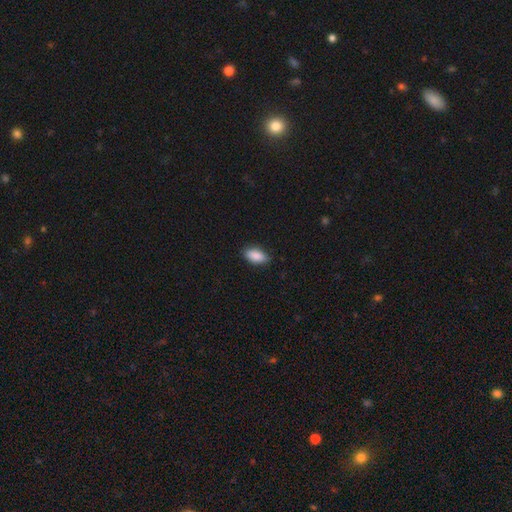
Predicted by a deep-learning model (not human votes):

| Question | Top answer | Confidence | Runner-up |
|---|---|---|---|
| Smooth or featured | smooth | 89% | star or artifact (7%) |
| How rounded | in between | 91% | cigar-shaped (5%) |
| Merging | none | 82% | minor disturbance (15%) |